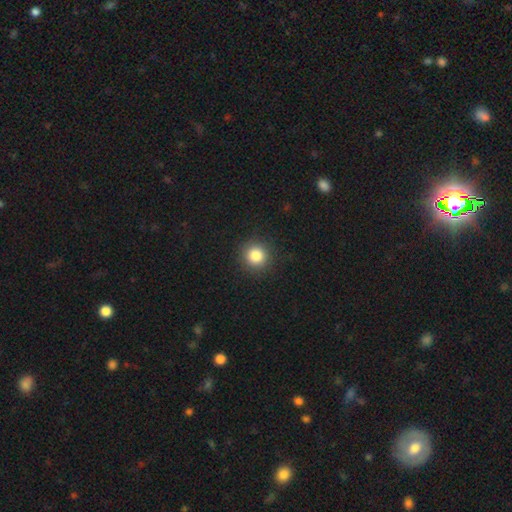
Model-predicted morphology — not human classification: The model was most divided on "smooth or featured": smooth: 84%, star or artifact: 11%, featured or disk: 5%. More confident: how rounded — round (94%); merging — none (91%).